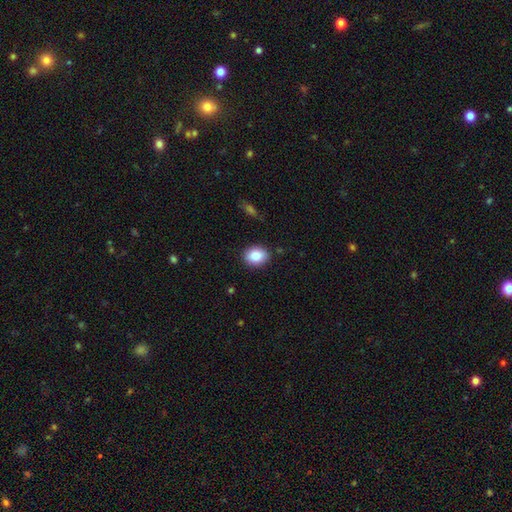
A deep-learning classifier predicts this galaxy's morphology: smooth-or-featured: smooth: 85% | star or artifact: 8% | featured or disk: 7%
  how-rounded: in between: 55% | round: 44% | cigar-shaped: 1%
  merging: none: 87% | minor disturbance: 9% | major disturbance: 2% | merger: 1%